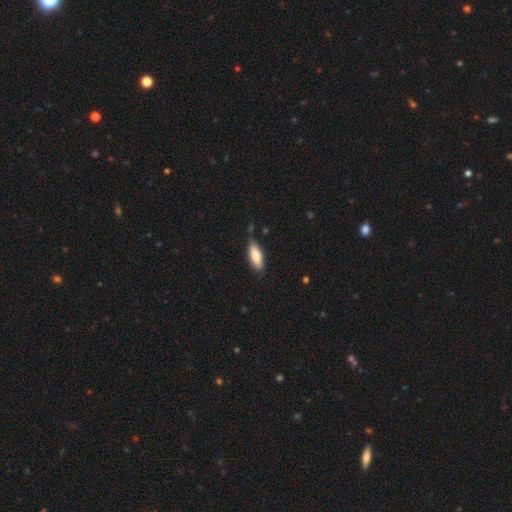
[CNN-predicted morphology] Smooth or featured? Predicted: smooth (p=0.84). How rounded? Predicted: in between (p=0.66). Merging? Predicted: none (p=0.82).